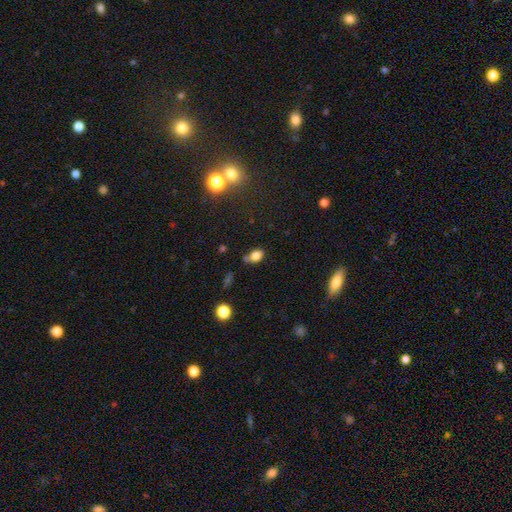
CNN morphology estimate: type=smooth (79%); roundness=in between (79%); merging=none (56%).